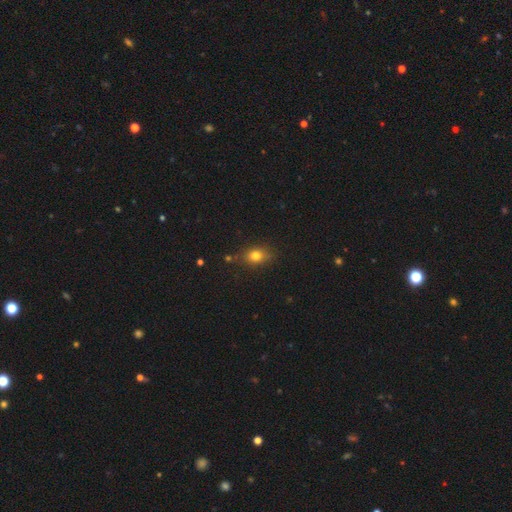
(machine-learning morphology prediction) A smooth galaxy with no disk features (78%) that is in between round and cigar-shaped (61%). Merging: none (77%).